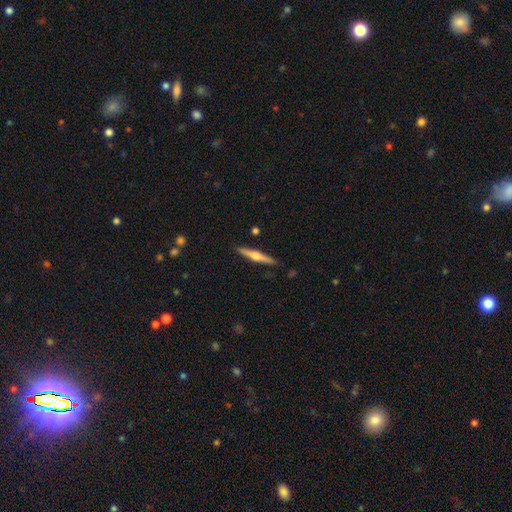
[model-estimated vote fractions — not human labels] Smooth or featured?
  - featured or disk: 66% *
  - smooth: 29%
  - star or artifact: 5%
Edge-on disk?
  - yes: 98% *
  - no: 2%
Edge-on bulge?
  - rounded: 93% *
  - boxy: 3%
  - none: 3%
Merging?
  - none: 90% *
  - minor disturbance: 7%
  - merger: 2%
  - major disturbance: 1%